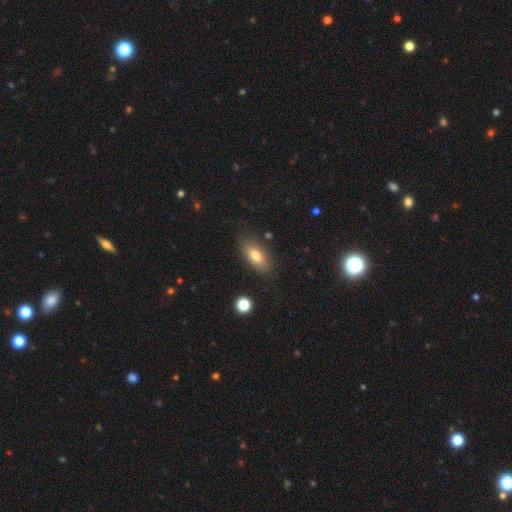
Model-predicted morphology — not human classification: A smooth galaxy with no disk features (77%) that is in between round and cigar-shaped (84%).

Vote fractions:
- Smooth or featured? smooth: 77% / featured or disk: 14% / star or artifact: 8%
- How rounded? in between: 84% / cigar-shaped: 12% / round: 4%
- Merging? none: 81% / minor disturbance: 13% / major disturbance: 4% / merger: 2%